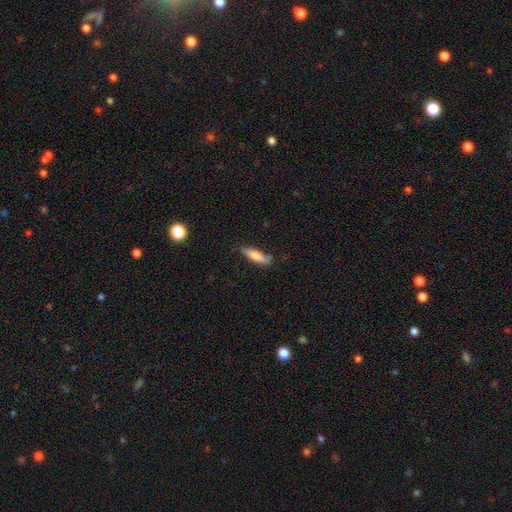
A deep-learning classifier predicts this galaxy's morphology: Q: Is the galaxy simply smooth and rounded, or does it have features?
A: smooth — 76%.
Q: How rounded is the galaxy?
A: cigar-shaped — 58%.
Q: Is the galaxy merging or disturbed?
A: none — 69%.